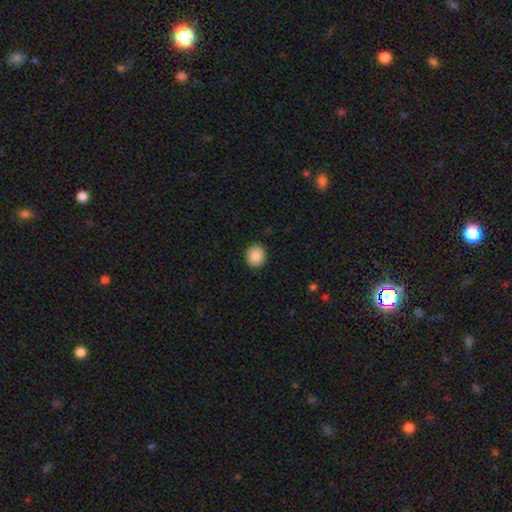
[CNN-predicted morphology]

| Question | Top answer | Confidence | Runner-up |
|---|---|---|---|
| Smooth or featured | smooth | 89% | star or artifact (8%) |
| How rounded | round | 79% | in between (20%) |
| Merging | none | 91% | minor disturbance (6%) |